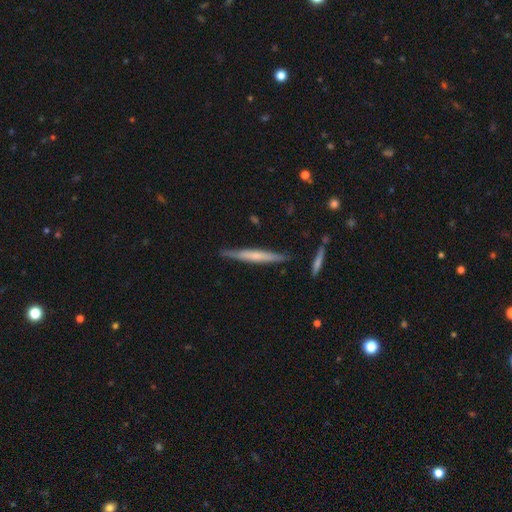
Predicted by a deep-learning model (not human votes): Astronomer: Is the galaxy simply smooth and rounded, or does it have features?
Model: featured or disk — 47%, tied with smooth at 47%.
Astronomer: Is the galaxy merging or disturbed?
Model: none — 83%.